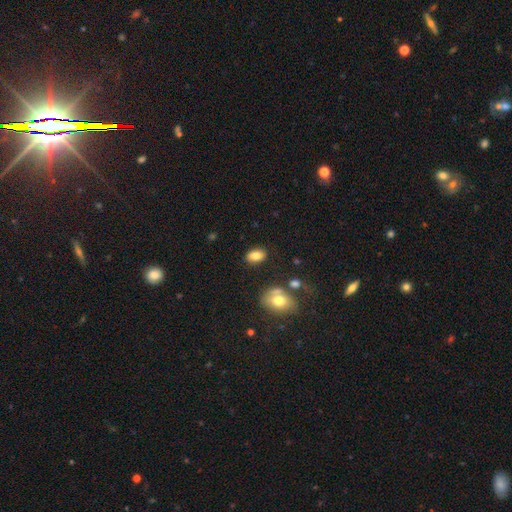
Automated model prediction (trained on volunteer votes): Morphology: type=smooth (83%); roundness=in between (87%); merging=none (83%).